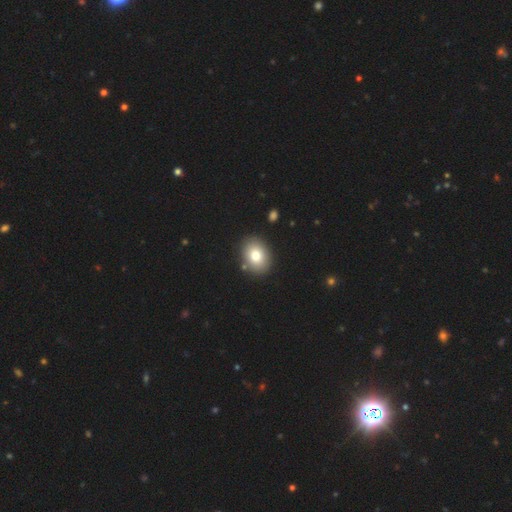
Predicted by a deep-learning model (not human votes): Smooth or featured: smooth — 80% (featured or disk — 11%)
How rounded: in between — 66% (round — 33%)
Merging: none — 87% (minor disturbance — 7%)